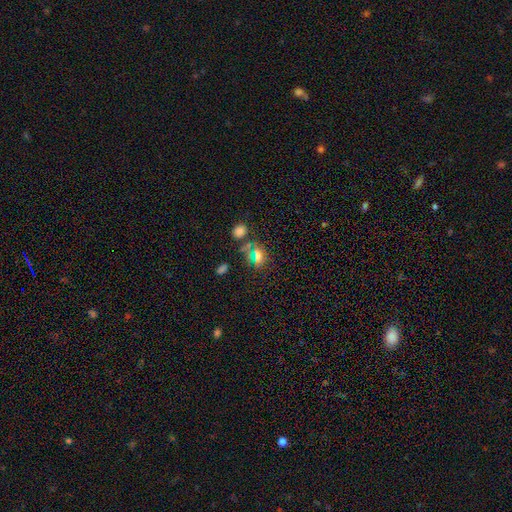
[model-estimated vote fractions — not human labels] A smooth galaxy with no disk features (58%) that is in between round and cigar-shaped (58%).

Vote fractions:
- Smooth or featured? smooth: 58% / star or artifact: 31% / featured or disk: 11%
- How rounded? in between: 58% / round: 35% / cigar-shaped: 6%
- Merging? none: 69% / minor disturbance: 14% / merger: 10% / major disturbance: 7%